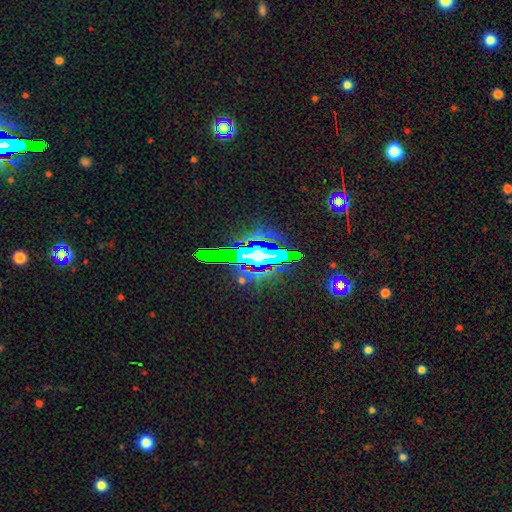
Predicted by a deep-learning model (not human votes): smooth-or-featured: star or artifact: 58% | featured or disk: 21% | smooth: 21%